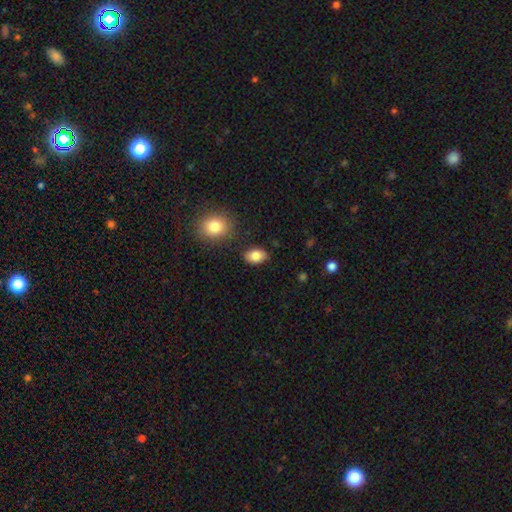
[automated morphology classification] A smooth galaxy with no disk features (84%) that is in between round and cigar-shaped (83%).

Vote fractions:
- Smooth or featured? smooth: 84% / star or artifact: 8% / featured or disk: 8%
- How rounded? in between: 83% / round: 16% / cigar-shaped: 1%
- Merging? none: 84% / minor disturbance: 11% / merger: 3% / major disturbance: 3%